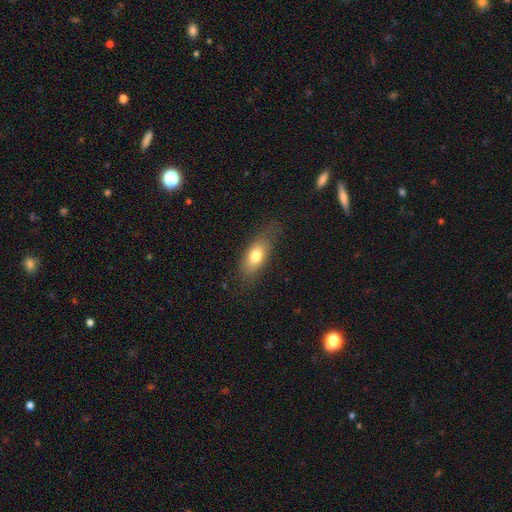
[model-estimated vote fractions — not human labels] Smooth or featured: smooth — 74% (featured or disk — 18%)
How rounded: in between — 78% (cigar-shaped — 17%)
Merging: none — 73% (minor disturbance — 19%)